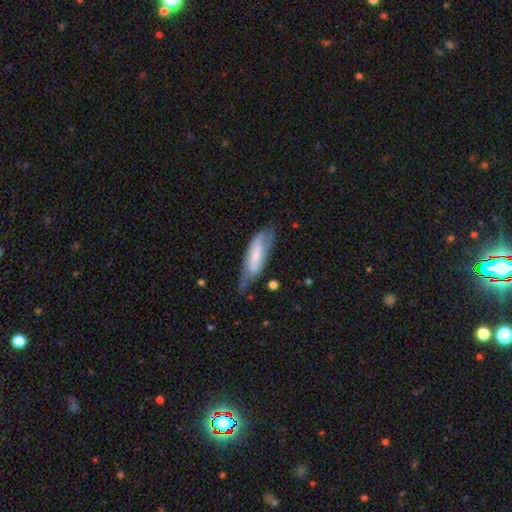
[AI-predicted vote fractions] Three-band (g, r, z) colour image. It shows a featured or disk galaxy (50%). Merging: none (49%).